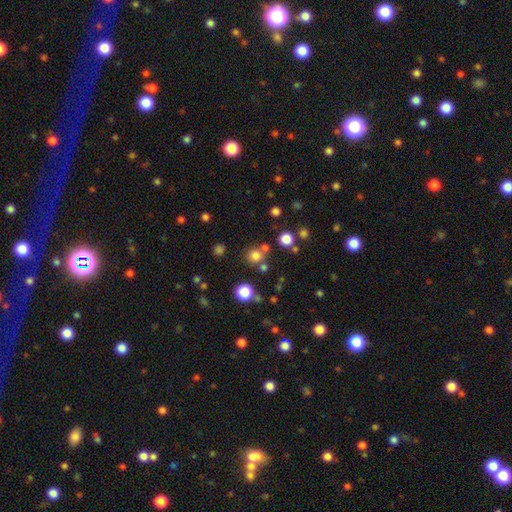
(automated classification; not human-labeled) Smooth or featured?
  - smooth: 73% *
  - star or artifact: 19%
  - featured or disk: 8%
How rounded?
  - round: 87% *
  - in between: 12%
  - cigar-shaped: 1%
Merging?
  - none: 67% *
  - merger: 20%
  - minor disturbance: 9%
  - major disturbance: 4%